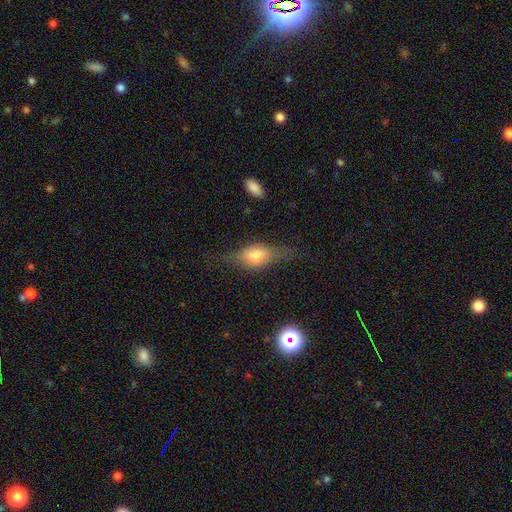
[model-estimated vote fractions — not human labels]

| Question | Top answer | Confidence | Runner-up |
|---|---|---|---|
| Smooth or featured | smooth | 47% | featured or disk (44%) |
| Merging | none | 64% | minor disturbance (23%) |